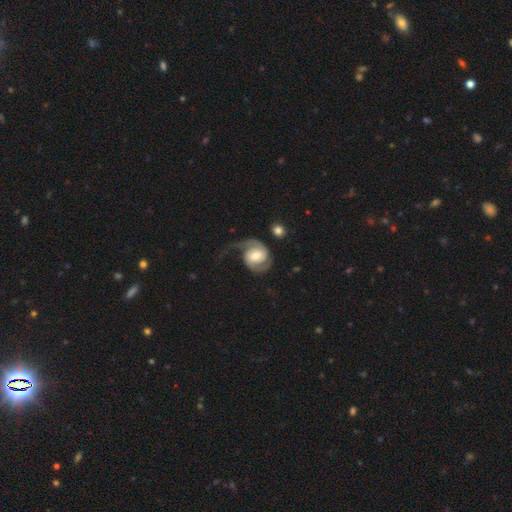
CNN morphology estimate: featured or disk 84%, smooth 11%, star or artifact 5%. Down the decision tree: edge-on disk — no (98%); bar — no (52%); spiral arms — yes (96%); spiral arm count — 2 (80%); spiral winding — medium (42%); bulge size — moderate (63%); merging — none (50%).